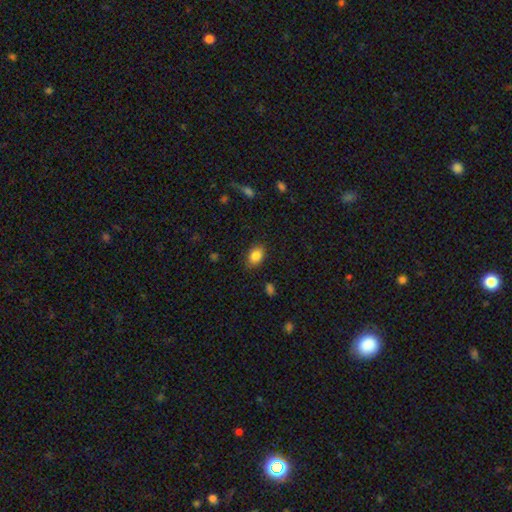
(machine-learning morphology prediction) smooth_or_featured: smooth (p=0.86) [alt: star or artifact p=0.08]
how_rounded: in between (p=0.79) [alt: round p=0.20]
merging: none (p=0.85) [alt: minor disturbance p=0.11]